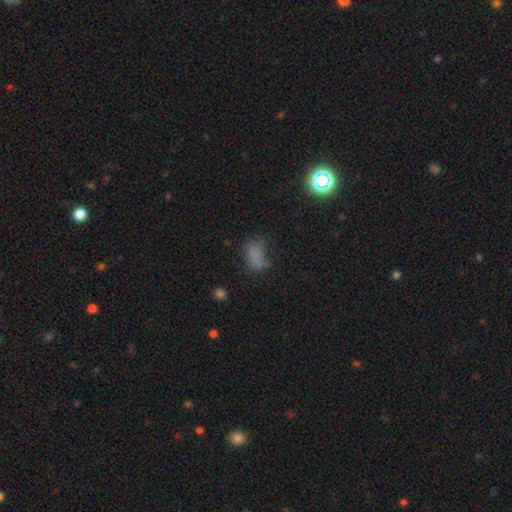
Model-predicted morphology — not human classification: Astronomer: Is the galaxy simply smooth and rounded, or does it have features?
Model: smooth — 67%.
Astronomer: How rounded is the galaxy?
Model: in between — 85%.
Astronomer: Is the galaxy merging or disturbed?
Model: none — 48% (runner-up: minor disturbance, 27%).